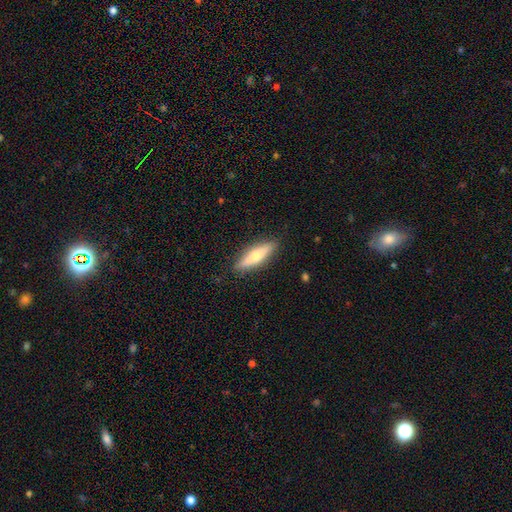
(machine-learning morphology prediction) A smooth galaxy with no disk features (48%).

Vote fractions:
- Smooth or featured? smooth: 48% / featured or disk: 46% / star or artifact: 6%
- Merging? none: 89% / minor disturbance: 8% / major disturbance: 2% / merger: 1%